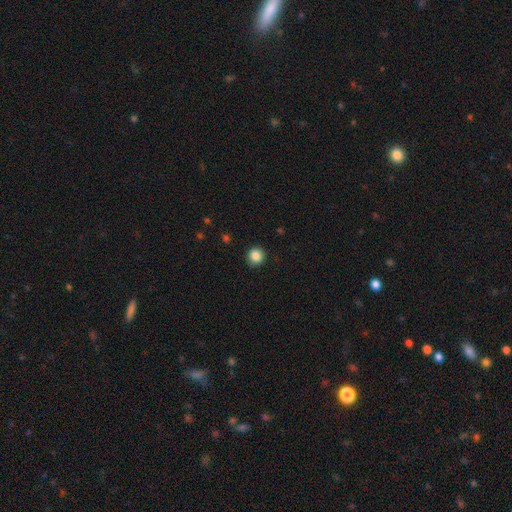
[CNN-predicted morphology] smooth 87%, star or artifact 10%, featured or disk 4%. Down the decision tree: how rounded — round (93%); merging — none (92%).